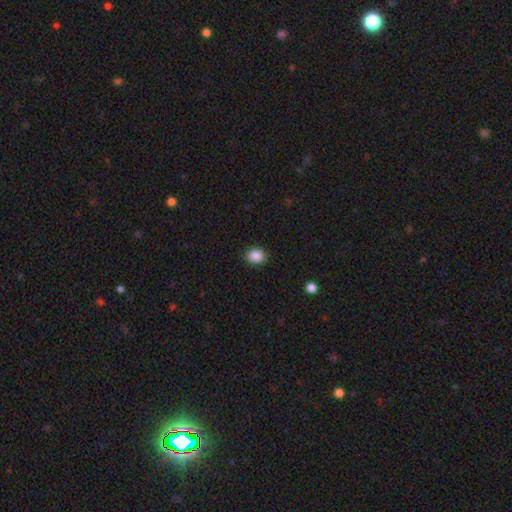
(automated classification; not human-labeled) Overall: smooth (88%). How rounded: round (50%; in between 49%). Merging: none (89%).